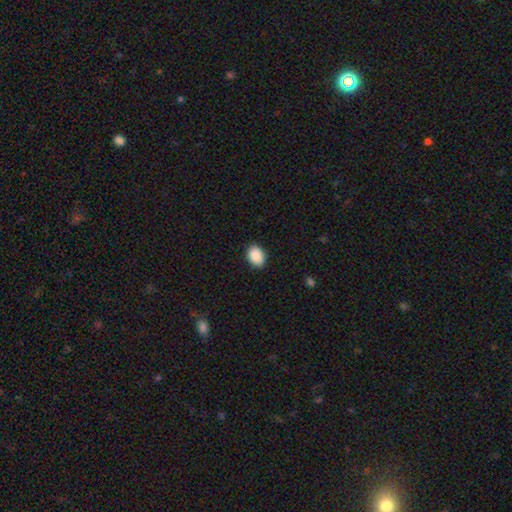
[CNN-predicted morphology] This is clearly a smooth galaxy (90%). How rounded: likely in between (75%). Merging: clearly none (87%).